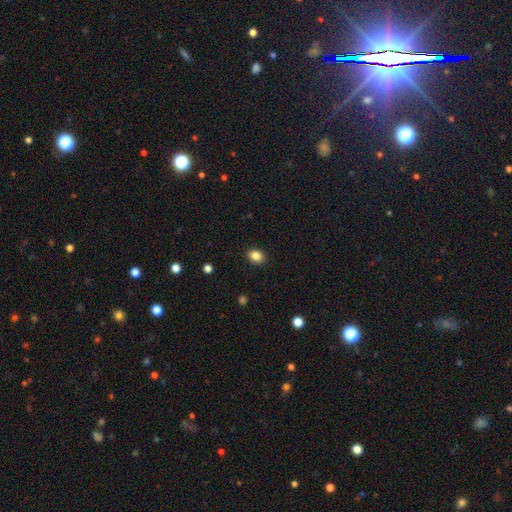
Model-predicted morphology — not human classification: This appears to be a smooth galaxy with no disk features (86%) that is in between round and cigar-shaped (58%). Merging: none (90%).